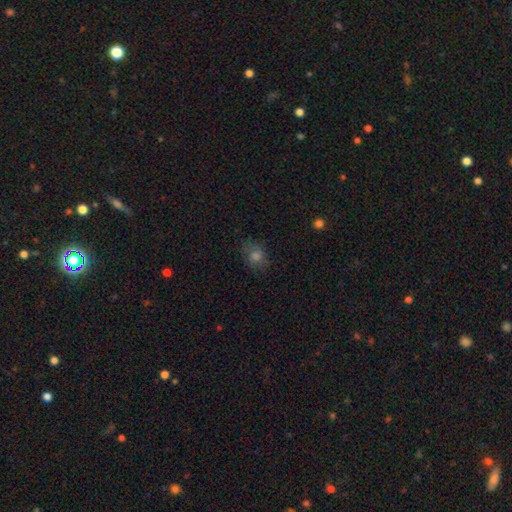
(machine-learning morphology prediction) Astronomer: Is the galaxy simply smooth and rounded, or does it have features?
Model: smooth — 70%.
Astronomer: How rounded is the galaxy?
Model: round — 50% (runner-up: in between, 49%).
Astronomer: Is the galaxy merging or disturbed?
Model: none — 78%.